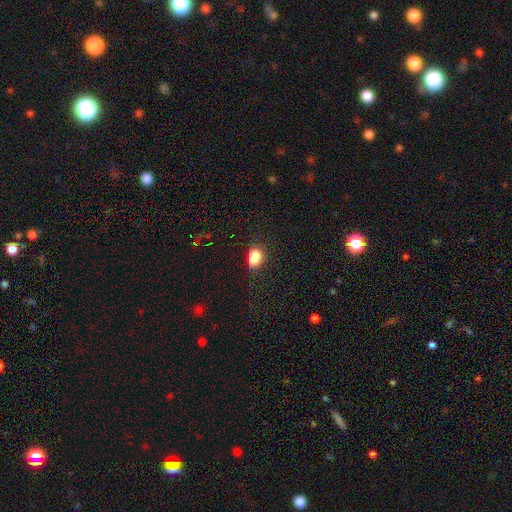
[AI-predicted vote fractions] This is clearly a smooth galaxy (81%). How rounded: likely in between (67%). Merging: possibly none (57%).